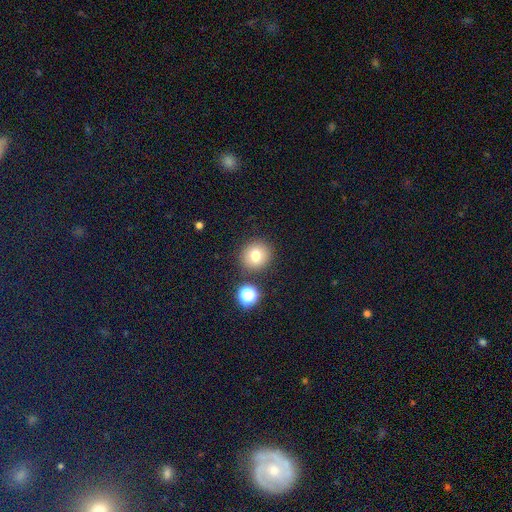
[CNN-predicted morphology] Smooth or featured?
  - smooth: 75% *
  - star or artifact: 14%
  - featured or disk: 10%
How rounded?
  - round: 90% *
  - in between: 9%
  - cigar-shaped: 1%
Merging?
  - none: 84% *
  - minor disturbance: 8%
  - merger: 6%
  - major disturbance: 3%